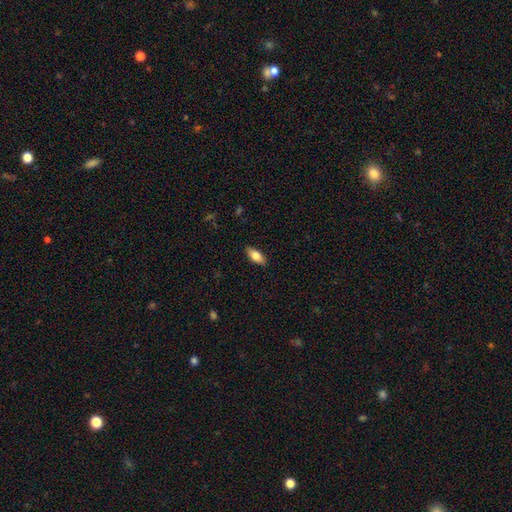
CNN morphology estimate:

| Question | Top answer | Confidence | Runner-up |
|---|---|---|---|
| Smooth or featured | smooth | 77% | featured or disk (17%) |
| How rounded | in between | 82% | cigar-shaped (15%) |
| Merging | none | 89% | minor disturbance (9%) |